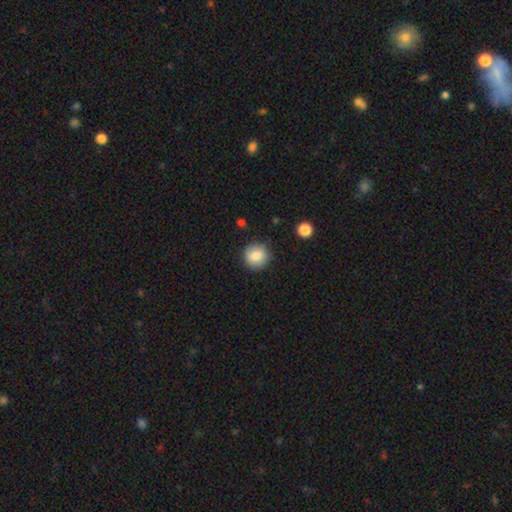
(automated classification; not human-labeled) smooth 83%, featured or disk 9%, star or artifact 9%. Down the decision tree: how rounded — round (93%); merging — none (88%).